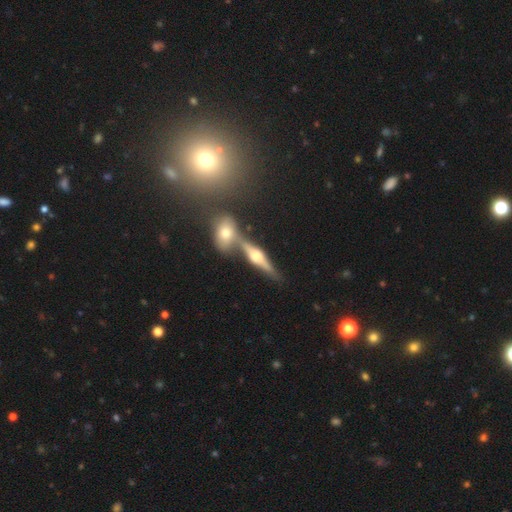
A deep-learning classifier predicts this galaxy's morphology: featured or disk 75%, smooth 16%, star or artifact 9%. Down the decision tree: edge-on disk — yes (94%); edge-on bulge — rounded (92%); merging — none (67%).